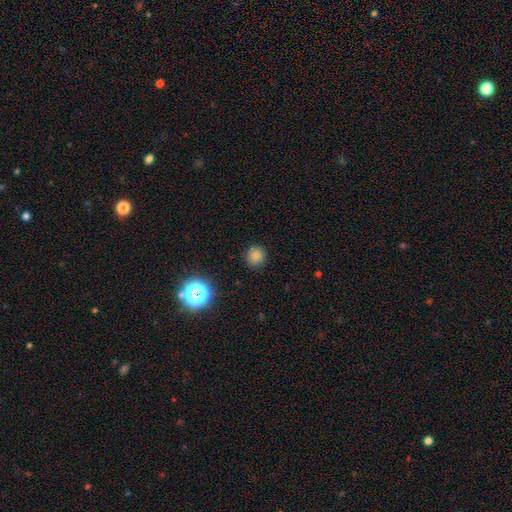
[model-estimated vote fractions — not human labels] A smooth galaxy with no disk features (80%) that is round (93%).

Vote fractions:
- Smooth or featured? smooth: 80% / star or artifact: 15% / featured or disk: 5%
- How rounded? round: 93% / in between: 6% / cigar-shaped: 1%
- Merging? none: 90% / minor disturbance: 7% / major disturbance: 2% / merger: 1%